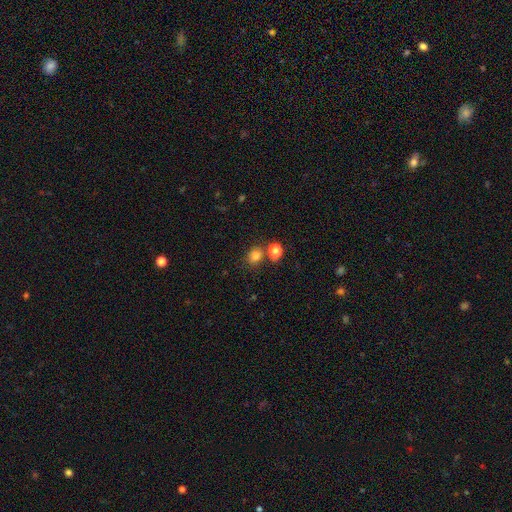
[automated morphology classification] This appears to be a smooth galaxy with no disk features (79%) that is round (65%). Merging: none (70%).